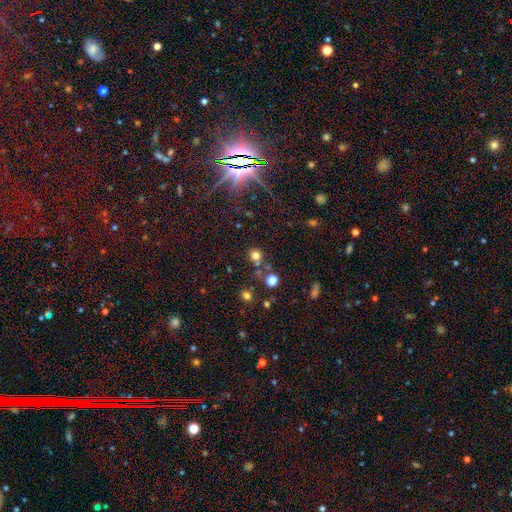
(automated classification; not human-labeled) Morphology: type=smooth (71%); roundness=round (89%); merging=none (72%).